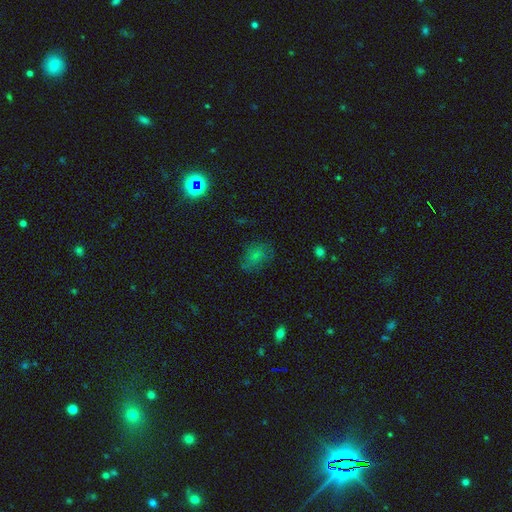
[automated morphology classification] type=smooth (68%); roundness=in between (69%); merging=none (63%).